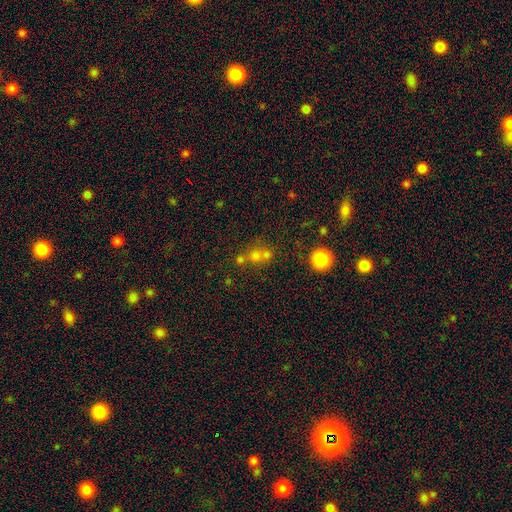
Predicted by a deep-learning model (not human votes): Smooth or featured? smooth (63%)
How rounded? round (78%)
Merging? merger (43%, tied with none)